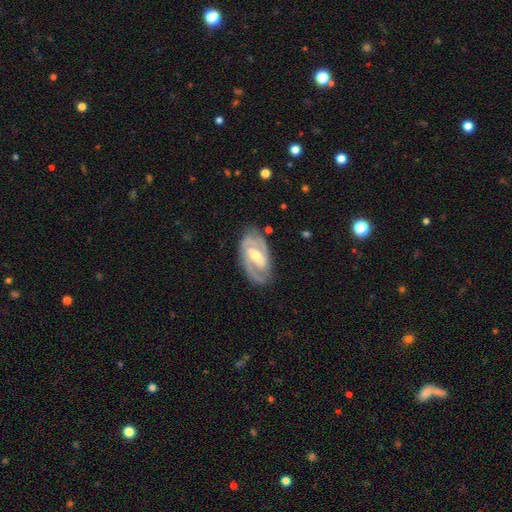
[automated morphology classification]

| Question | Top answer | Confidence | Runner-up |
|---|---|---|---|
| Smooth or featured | featured or disk | 88% | smooth (8%) |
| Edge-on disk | no | 95% | yes (5%) |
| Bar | strong | 45% | weak (41%) |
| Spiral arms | yes | 96% | no (4%) |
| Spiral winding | tight | 48% | medium (43%) |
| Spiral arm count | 2 | 83% | 3 (6%) |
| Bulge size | moderate | 60% | small (34%) |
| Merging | none | 81% | minor disturbance (14%) |